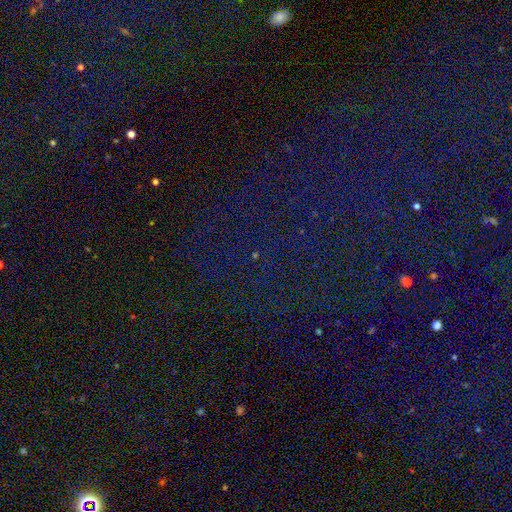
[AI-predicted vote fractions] star or artifact 83%, smooth 10%, featured or disk 7%.